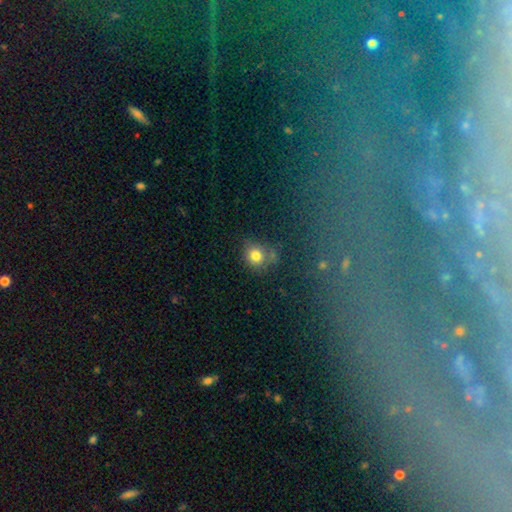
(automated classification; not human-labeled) Overall: smooth (80%). How rounded: round (77%). Merging: none (63%).